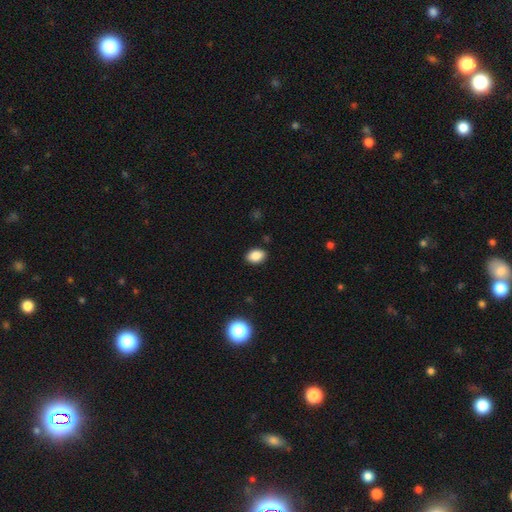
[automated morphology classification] smooth-or-featured: smooth: 87% | star or artifact: 9% | featured or disk: 4%
  how-rounded: in between: 83% | round: 15% | cigar-shaped: 1%
  merging: none: 88% | minor disturbance: 8% | major disturbance: 2% | merger: 1%